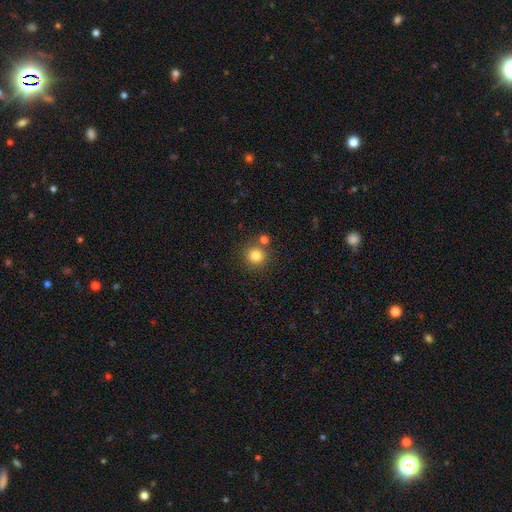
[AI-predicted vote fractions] smooth_or_featured: smooth (p=0.81) [alt: star or artifact p=0.12]
how_rounded: round (p=0.93) [alt: in between p=0.06]
merging: none (p=0.76) [alt: merger p=0.13]